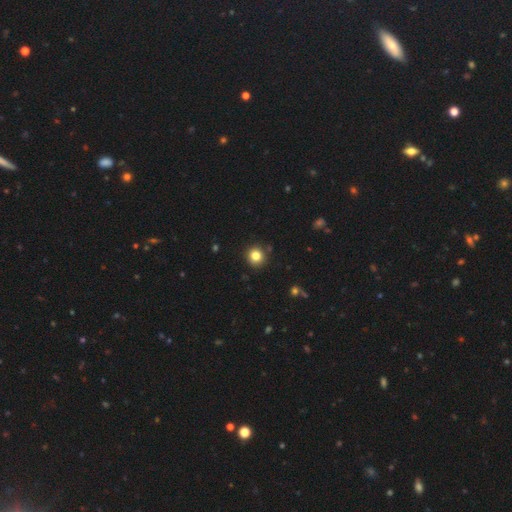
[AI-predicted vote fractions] smooth_or_featured: smooth (p=0.82) [alt: star or artifact p=0.12]
how_rounded: round (p=0.92) [alt: in between p=0.07]
merging: none (p=0.90) [alt: minor disturbance p=0.06]